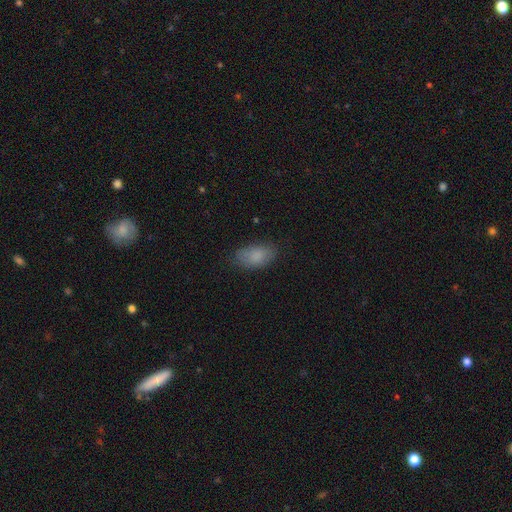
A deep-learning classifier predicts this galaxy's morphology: Smooth or featured? Predicted: smooth (p=0.85). How rounded? Predicted: in between (p=0.93). Merging? Predicted: none (p=0.79).